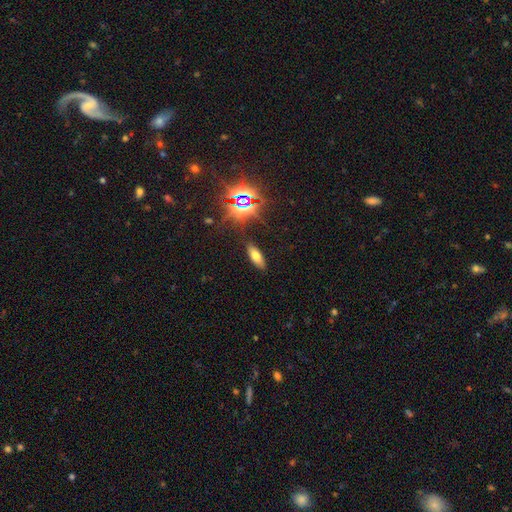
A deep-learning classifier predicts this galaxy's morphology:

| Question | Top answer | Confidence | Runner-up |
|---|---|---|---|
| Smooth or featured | smooth | 62% | star or artifact (21%) |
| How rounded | in between | 71% | cigar-shaped (25%) |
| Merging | none | 87% | minor disturbance (8%) |